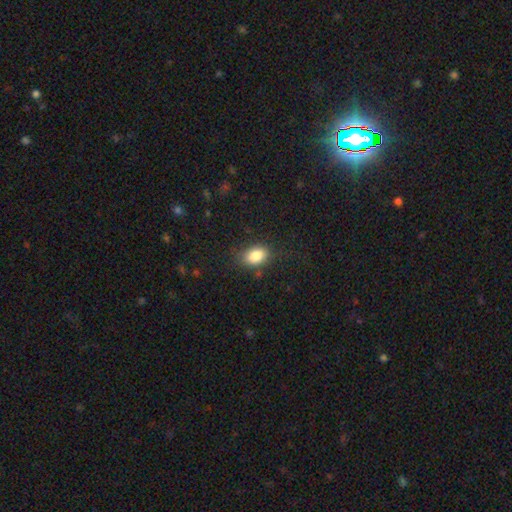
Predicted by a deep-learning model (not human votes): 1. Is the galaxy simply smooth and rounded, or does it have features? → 85% smooth, 9% star or artifact, 6% featured or disk.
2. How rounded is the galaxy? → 83% in between, 15% round, 2% cigar-shaped.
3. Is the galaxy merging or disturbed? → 76% none, 17% minor disturbance, 6% major disturbance, 2% merger.